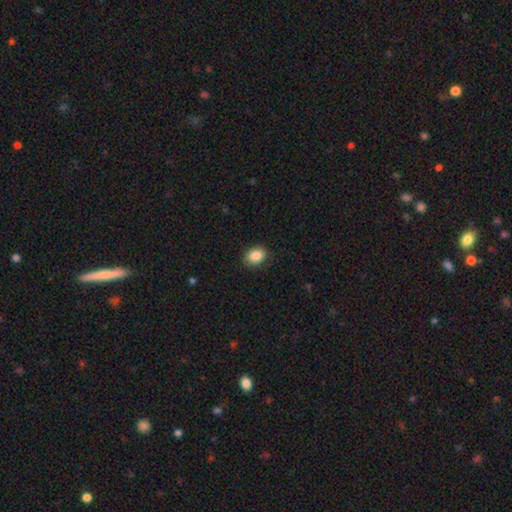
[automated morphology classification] Overall: smooth (89%). How rounded: in between (69%; round 30%). Merging: none (86%).